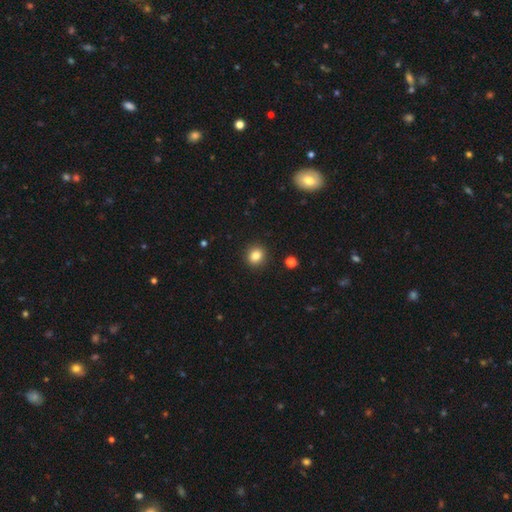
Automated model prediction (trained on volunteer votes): A smooth galaxy with no disk features (83%) that is round (79%).

Vote fractions:
- Smooth or featured? smooth: 83% / star or artifact: 11% / featured or disk: 6%
- How rounded? round: 79% / in between: 20% / cigar-shaped: 1%
- Merging? none: 91% / minor disturbance: 6% / major disturbance: 2% / merger: 1%